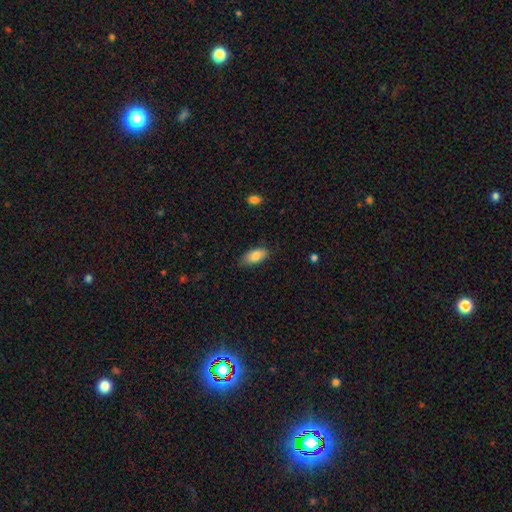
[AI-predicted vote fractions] A smooth galaxy with no disk features (84%) that is in between round and cigar-shaped (91%).

Vote fractions:
- Smooth or featured? smooth: 84% / featured or disk: 10% / star or artifact: 7%
- How rounded? in between: 91% / cigar-shaped: 6% / round: 3%
- Merging? none: 79% / minor disturbance: 17% / major disturbance: 3% / merger: 1%